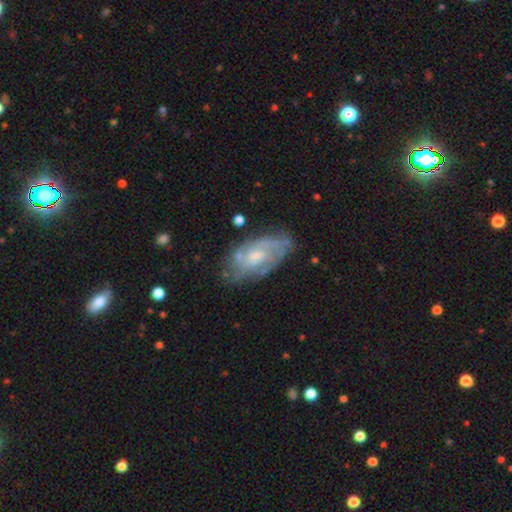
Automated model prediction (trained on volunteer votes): Smooth or featured: featured or disk — 75% (smooth — 19%)
Edge-on disk: no — 94% (yes — 6%)
Bar: no — 65% (weak — 31%)
Spiral arms: yes — 84% (no — 16%)
Spiral winding: tight — 50% (medium — 38%)
Spiral arm count: can't tell — 45% (2 — 27%)
Bulge size: small — 45% (moderate — 42%)
Merging: none — 66% (minor disturbance — 22%)